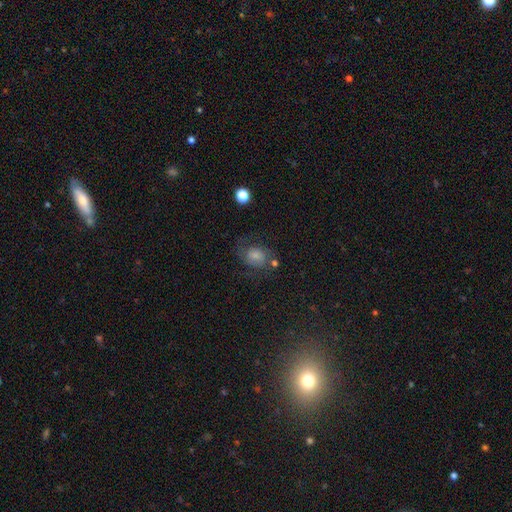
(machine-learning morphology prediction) The model was most divided on "smooth or featured": featured or disk: 46%, smooth: 42%, star or artifact: 12%. More confident: merging — none (55%).